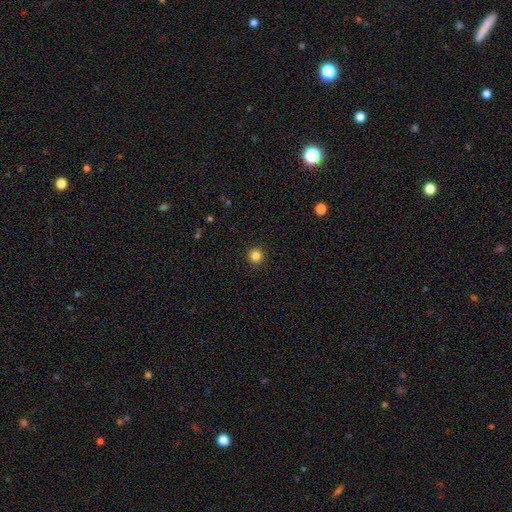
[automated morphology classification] The model was most divided on "smooth or featured": smooth: 83%, star or artifact: 12%, featured or disk: 4%. More confident: how rounded — round (96%); merging — none (93%).